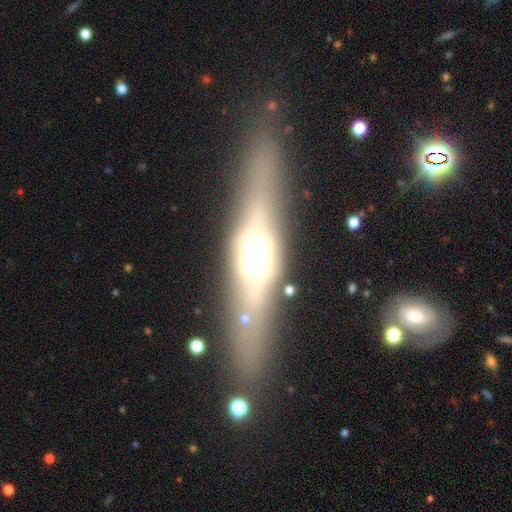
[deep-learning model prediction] smooth-or-featured: featured or disk: 64% | smooth: 26% | star or artifact: 10%
  disk-edge-on: yes: 90% | no: 10%
    edge-on-bulge: rounded: 89% | boxy: 7% | none: 4%
  merging: none: 86% | minor disturbance: 8% | major disturbance: 3% | merger: 2%